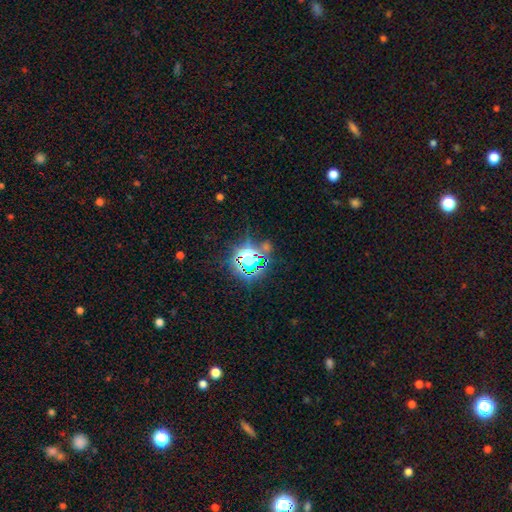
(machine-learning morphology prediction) star or artifact 78%, smooth 14%, featured or disk 8%.